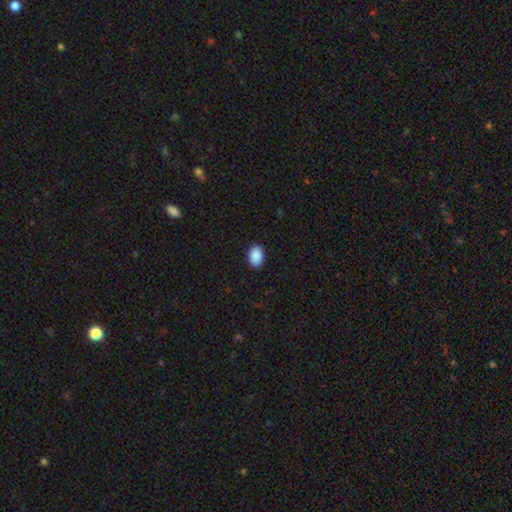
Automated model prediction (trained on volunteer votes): smooth-or-featured: smooth: 90% | star or artifact: 7% | featured or disk: 2%
  how-rounded: in between: 83% | round: 16% | cigar-shaped: 1%
  merging: none: 90% | minor disturbance: 7% | major disturbance: 2% | merger: 1%